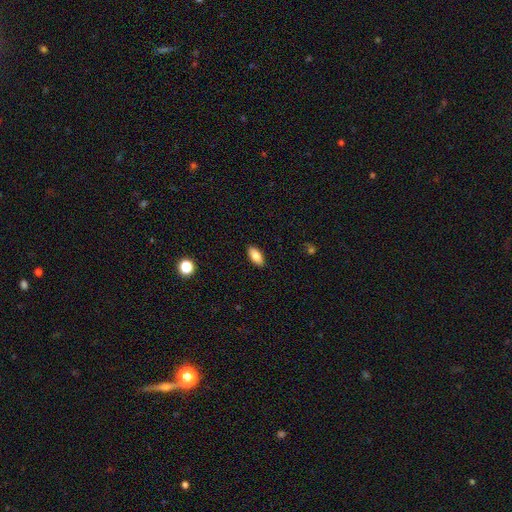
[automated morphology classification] smooth_or_featured: smooth (p=0.83) [alt: featured or disk p=0.09]
how_rounded: in between (p=0.88) [alt: cigar-shaped p=0.09]
merging: none (p=0.89) [alt: minor disturbance p=0.08]